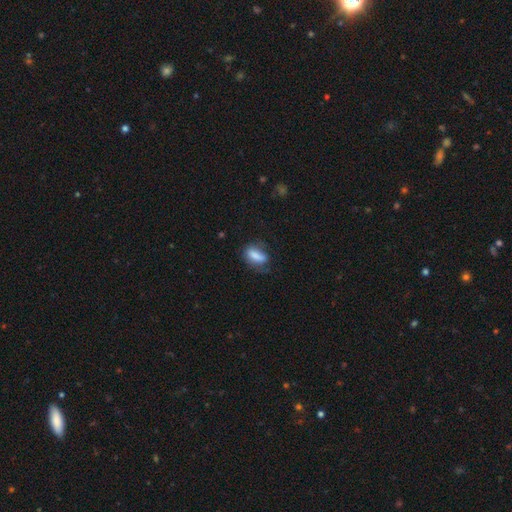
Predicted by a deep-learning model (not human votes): Smooth or featured: smooth — 77% (featured or disk — 15%)
How rounded: in between — 79% (cigar-shaped — 15%)
Merging: none — 52% (minor disturbance — 30%)